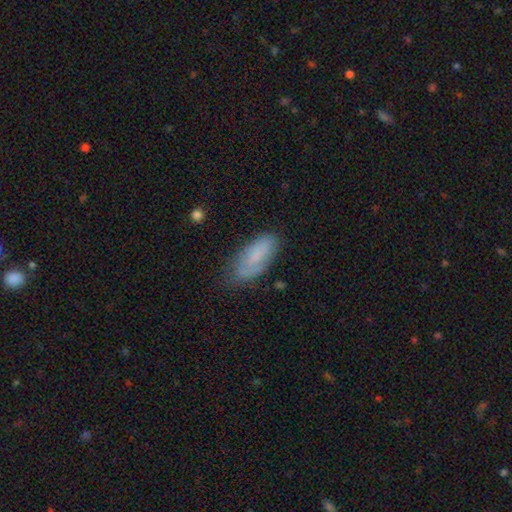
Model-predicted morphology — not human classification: This is likely a smooth galaxy (73%). How rounded: clearly in between (82%). Merging: likely none (61%).